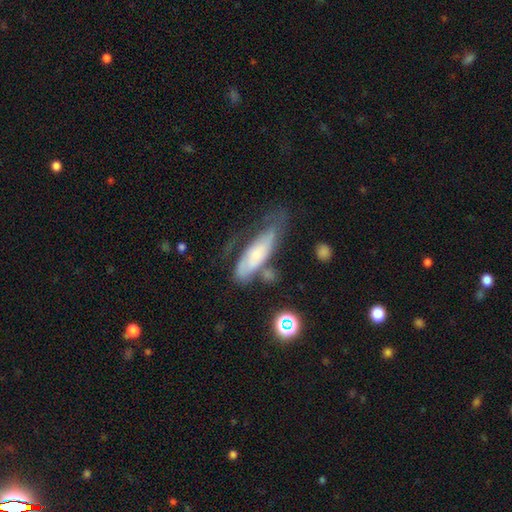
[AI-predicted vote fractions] A featured or disk galaxy (46%).

Vote fractions:
- Smooth or featured? featured or disk: 46% / smooth: 45% / star or artifact: 9%
- Merging? none: 37% / minor disturbance: 29% / major disturbance: 25% / merger: 9%